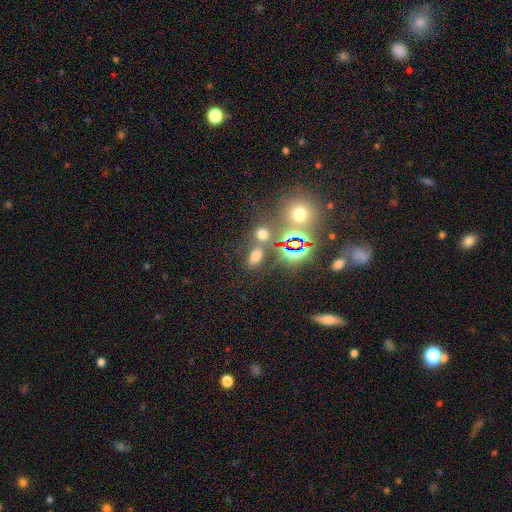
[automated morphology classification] Smooth or featured: smooth — 57% (star or artifact — 34%)
How rounded: in between — 71% (round — 25%)
Merging: none — 64% (merger — 20%)